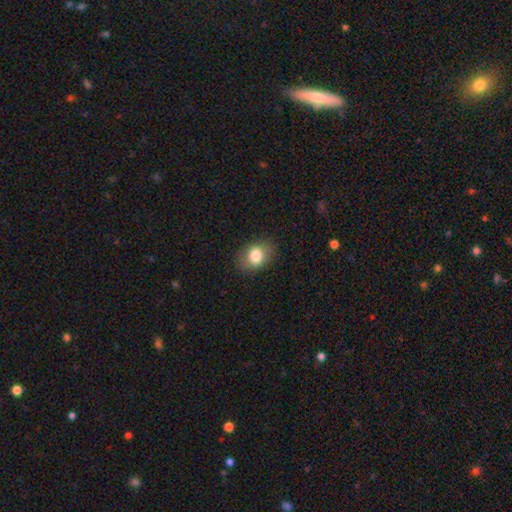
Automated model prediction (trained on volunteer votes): This is likely a smooth galaxy (79%). How rounded: likely in between (71%). Merging: clearly none (82%).